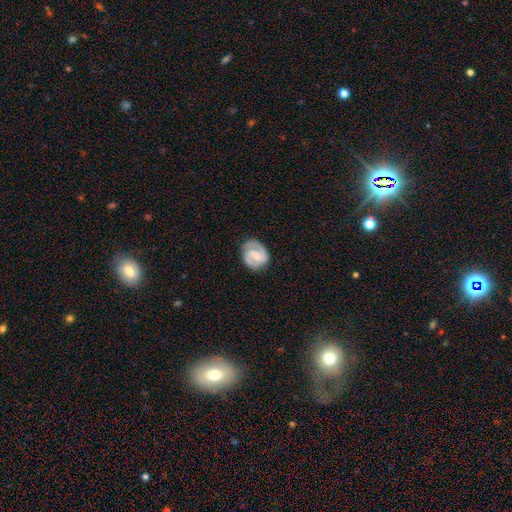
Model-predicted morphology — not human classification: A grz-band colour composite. It shows a featured or disk galaxy (78%) with a weak bar (51%), 2 (83%) tight (46%) spiral arms (96%) and a small central bulge (46%). Merging: none (78%).